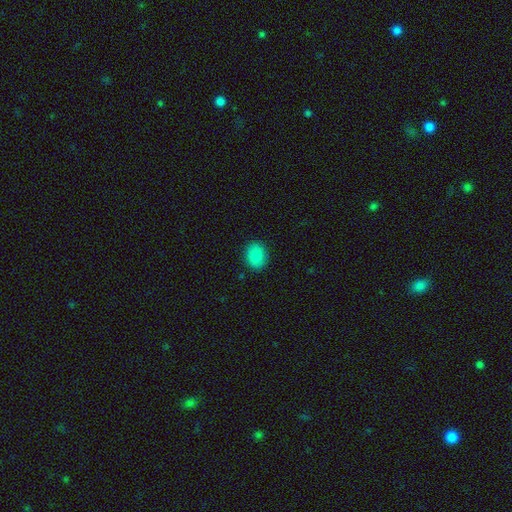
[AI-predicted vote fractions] Overall: smooth (88%). How rounded: in between (56%; round 43%). Merging: none (88%).